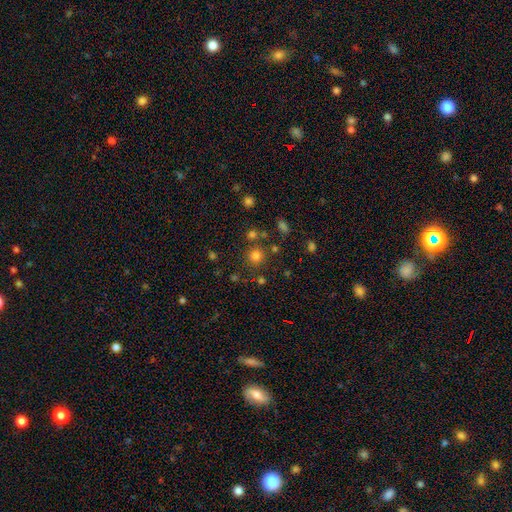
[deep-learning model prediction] Smooth or featured: smooth — 77% (star or artifact — 17%)
How rounded: round — 92% (in between — 7%)
Merging: none — 81% (minor disturbance — 8%)